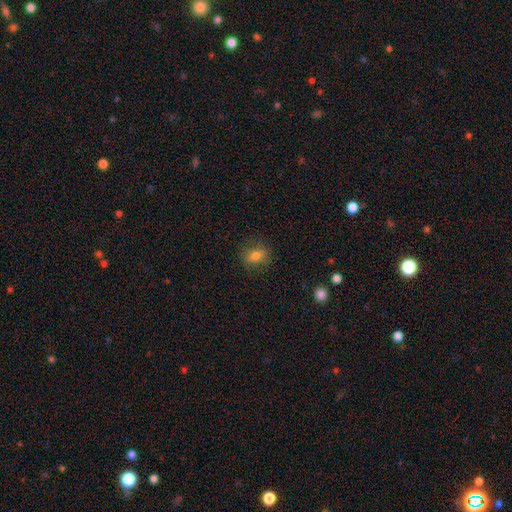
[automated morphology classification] Smooth or featured? Predicted: smooth (p=0.75). How rounded? Predicted: in between (p=0.56). Merging? Predicted: none (p=0.80).